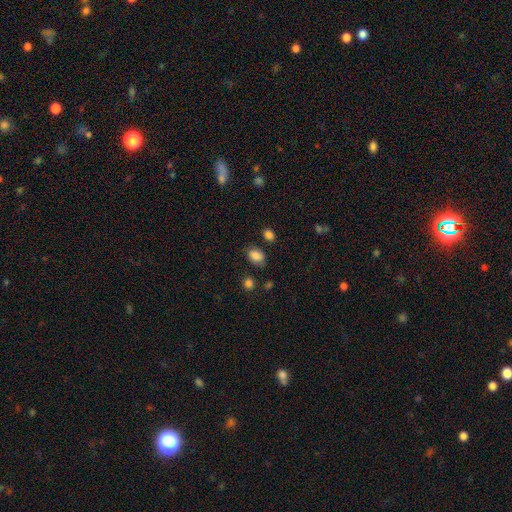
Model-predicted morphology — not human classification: Smooth or featured? smooth (84%)
How rounded? in between (71%)
Merging? none (74%)